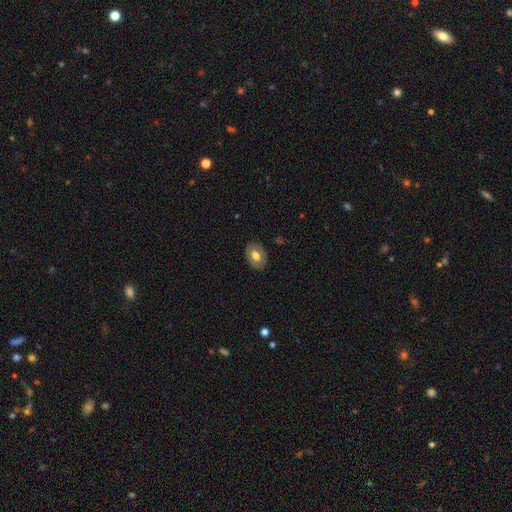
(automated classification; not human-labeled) This appears to be a smooth galaxy with no disk features (63%) that is in between round and cigar-shaped (71%). Merging: none (85%).